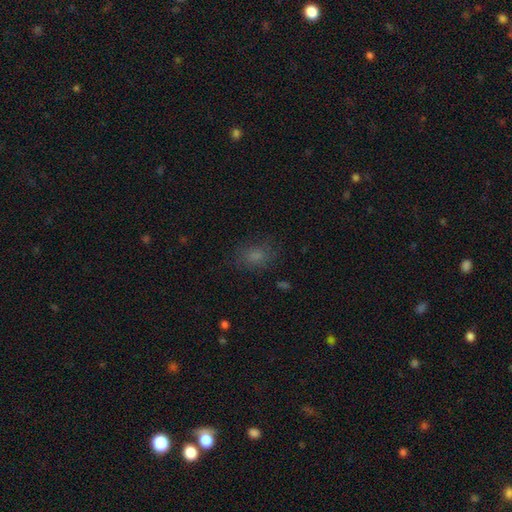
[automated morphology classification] Smooth or featured? smooth (73%)
How rounded? in between (63%)
Merging? none (74%)